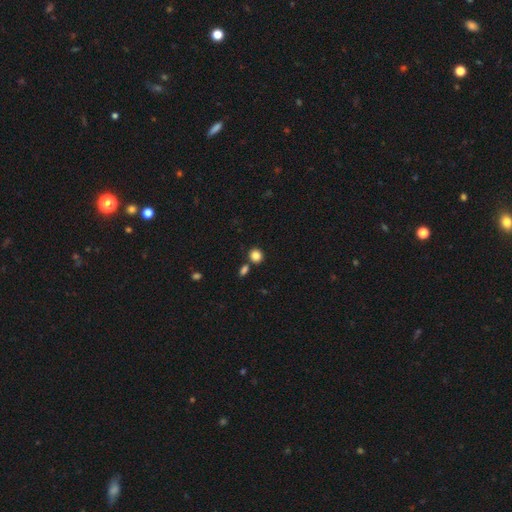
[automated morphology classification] A smooth galaxy with no disk features (85%) that is round (80%). Merging: none (75%).